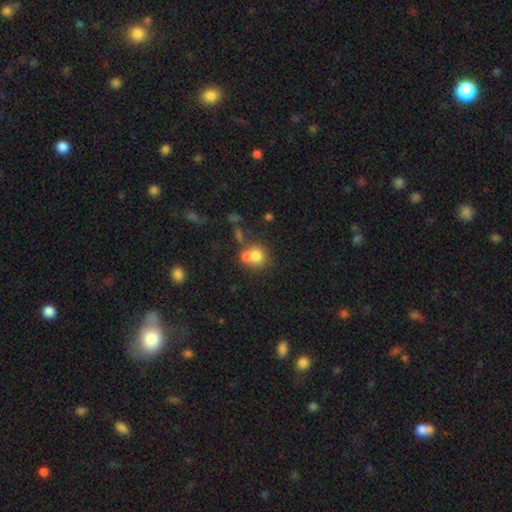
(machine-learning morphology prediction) Q: Smooth or featured?
A: smooth (73%); runner-up: featured or disk (15%)
Q: How rounded?
A: round (81%); runner-up: in between (18%)
Q: Merging?
A: merger (44%); runner-up: none (43%)